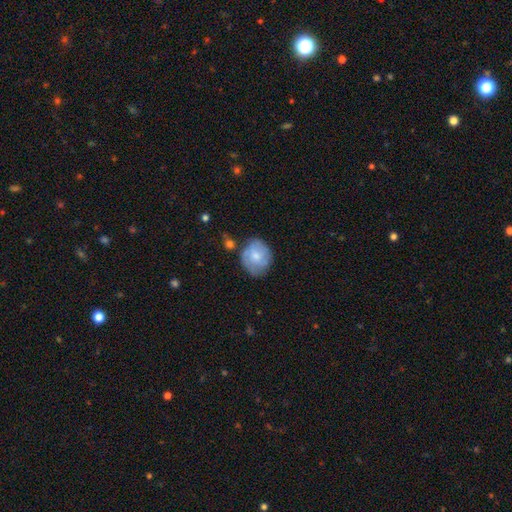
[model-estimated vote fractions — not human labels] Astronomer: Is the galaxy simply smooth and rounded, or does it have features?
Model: smooth — 58% (runner-up: featured or disk, 36%).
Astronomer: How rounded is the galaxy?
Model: round — 69%.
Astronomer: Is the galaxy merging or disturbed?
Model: none — 58%.